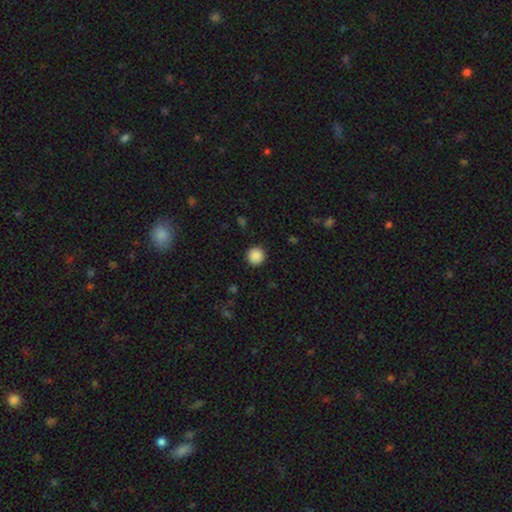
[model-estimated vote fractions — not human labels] smooth_or_featured: smooth (p=0.88) [alt: star or artifact p=0.09]
how_rounded: round (p=0.95) [alt: in between p=0.04]
merging: none (p=0.92) [alt: minor disturbance p=0.05]